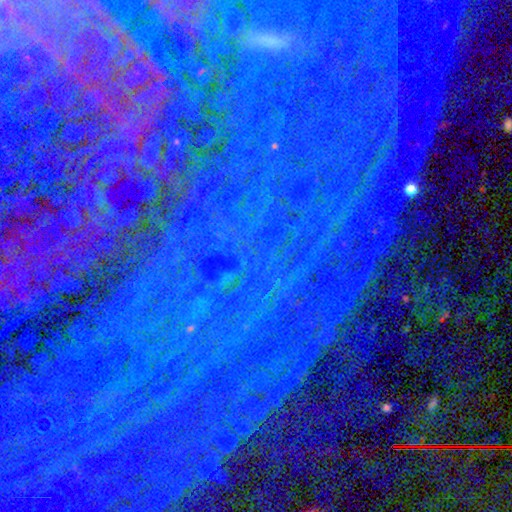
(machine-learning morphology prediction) Smooth or featured?
  - star or artifact: 86% *
  - featured or disk: 8%
  - smooth: 6%